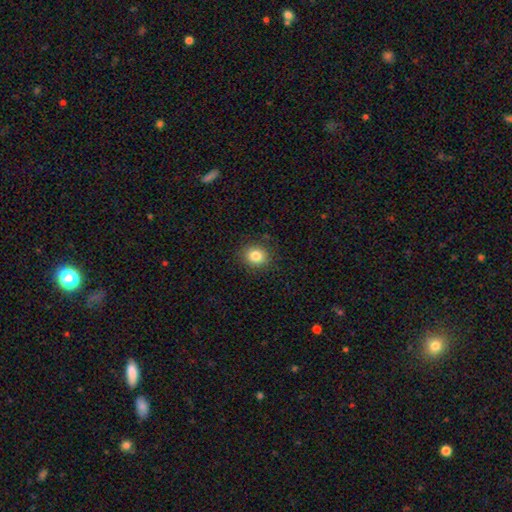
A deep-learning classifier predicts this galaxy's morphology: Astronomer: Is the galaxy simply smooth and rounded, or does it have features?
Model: smooth — 83%.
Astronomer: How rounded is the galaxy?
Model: round — 75%.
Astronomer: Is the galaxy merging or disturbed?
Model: none — 89%.